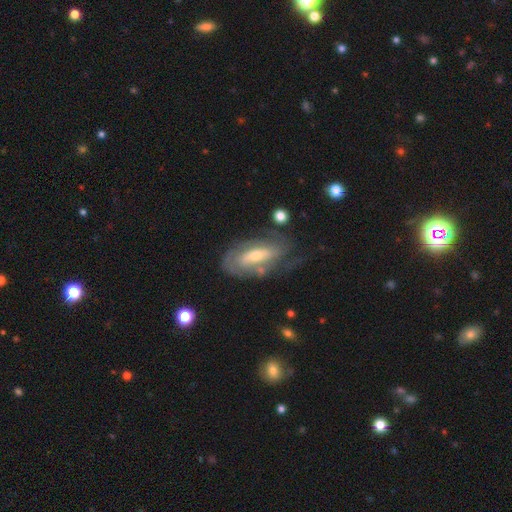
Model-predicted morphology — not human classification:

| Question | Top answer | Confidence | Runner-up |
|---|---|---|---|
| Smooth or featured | featured or disk | 76% | smooth (18%) |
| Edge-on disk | no | 89% | yes (11%) |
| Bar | no | 43% | weak (37%) |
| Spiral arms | yes | 82% | no (18%) |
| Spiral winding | tight | 57% | medium (31%) |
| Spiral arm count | can't tell | 44% | 2 (36%) |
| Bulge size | moderate | 49% | small (43%) |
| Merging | none | 58% | minor disturbance (22%) |